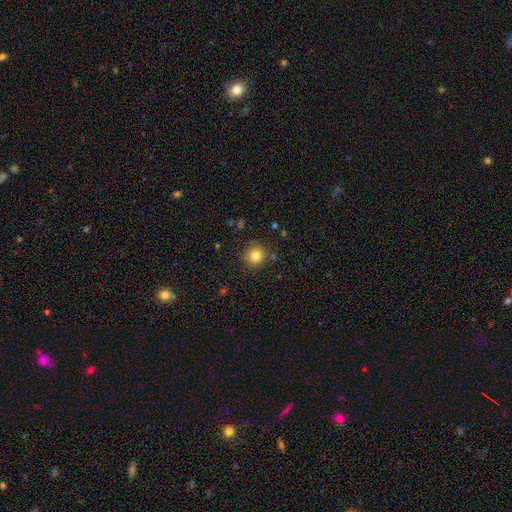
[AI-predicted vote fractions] Smooth or featured: smooth — 82% (star or artifact — 12%)
How rounded: round — 92% (in between — 7%)
Merging: none — 85% (minor disturbance — 10%)